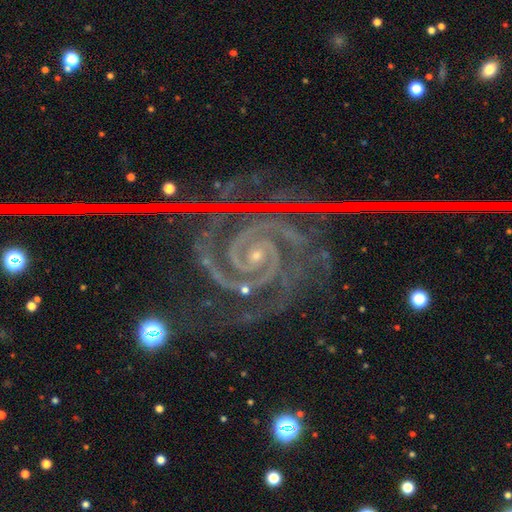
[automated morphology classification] smooth_or_featured: featured or disk (p=0.93) [alt: star or artifact p=0.05]
disk_edge_on: no (p=0.98) [alt: yes p=0.02]
bar: no (p=0.58) [alt: weak p=0.25]
has_spiral_arms: yes (p=0.99) [alt: no p=0.01]
spiral_winding: tight (p=0.77) [alt: medium p=0.20]
spiral_arm_count: 2 (p=0.70) [alt: 3 p=0.13]
bulge_size: small (p=0.80) [alt: moderate p=0.17]
merging: none (p=0.69) [alt: minor disturbance p=0.19]